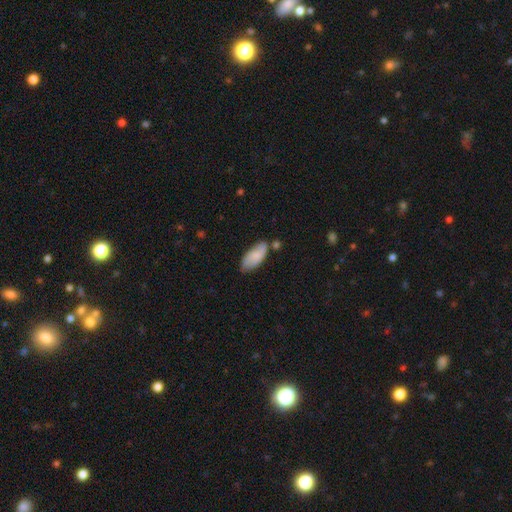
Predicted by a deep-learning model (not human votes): smooth_or_featured: smooth (p=0.79) [alt: featured or disk p=0.15]
how_rounded: in between (p=0.86) [alt: cigar-shaped p=0.12]
merging: none (p=0.68) [alt: minor disturbance p=0.22]